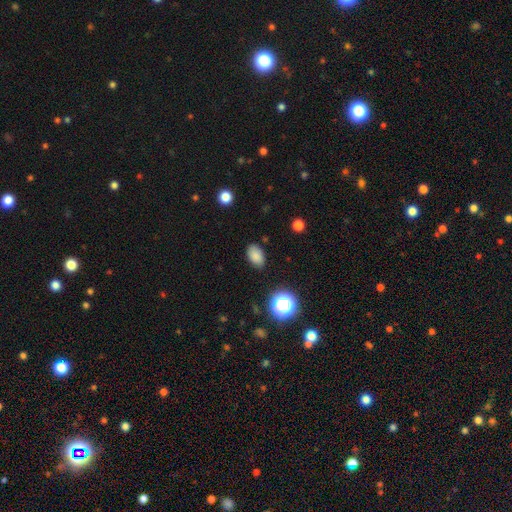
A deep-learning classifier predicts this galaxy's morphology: type=smooth (83%); roundness=in between (88%); merging=none (85%).